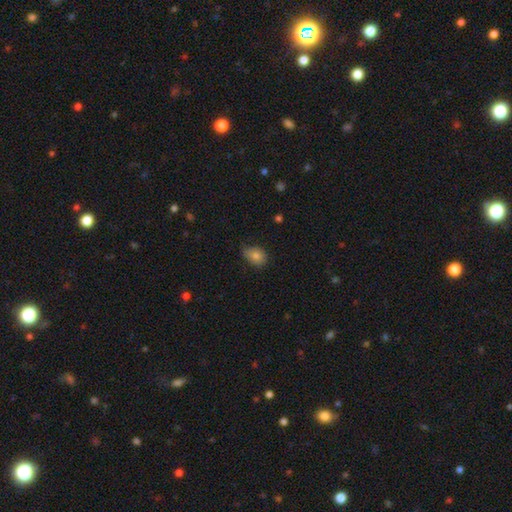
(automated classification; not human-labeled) Smooth or featured? smooth (79%)
How rounded? in between (61%)
Merging? none (57%)